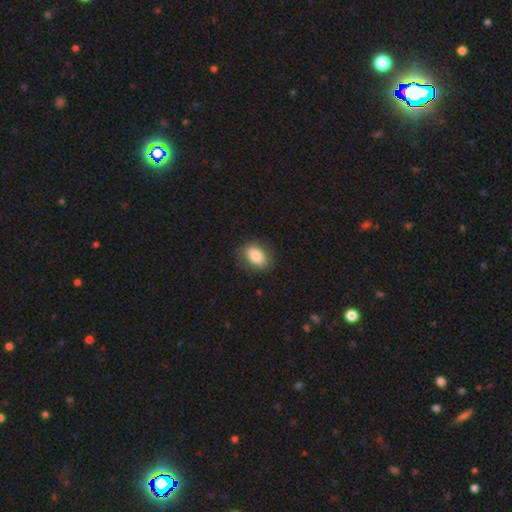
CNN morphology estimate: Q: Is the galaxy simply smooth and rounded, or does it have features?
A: smooth — 81%.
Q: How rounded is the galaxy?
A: in between — 84%.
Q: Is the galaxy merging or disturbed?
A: none — 82%.